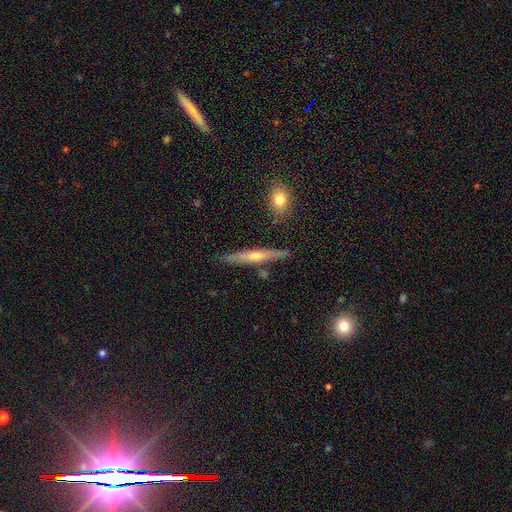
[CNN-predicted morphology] featured or disk 61%, smooth 33%, star or artifact 7%. Down the decision tree: edge-on disk — yes (93%); edge-on bulge — rounded (78%); merging — none (84%).